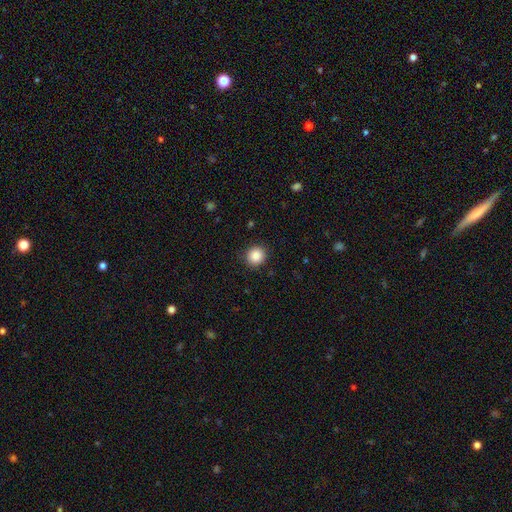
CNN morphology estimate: A smooth galaxy with no disk features (88%) that is round (91%).

Vote fractions:
- Smooth or featured? smooth: 88% / star or artifact: 9% / featured or disk: 3%
- How rounded? round: 91% / in between: 8% / cigar-shaped: 1%
- Merging? none: 90% / minor disturbance: 7% / major disturbance: 2% / merger: 1%